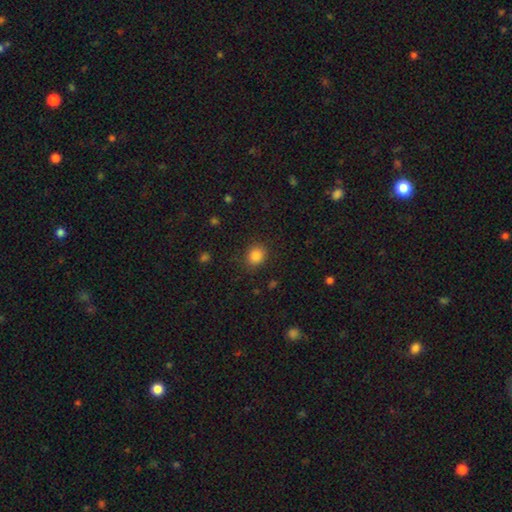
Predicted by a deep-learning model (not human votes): smooth-or-featured: smooth: 85% | star or artifact: 11% | featured or disk: 5%
  how-rounded: round: 70% | in between: 29% | cigar-shaped: 1%
  merging: none: 85% | minor disturbance: 10% | major disturbance: 3% | merger: 1%